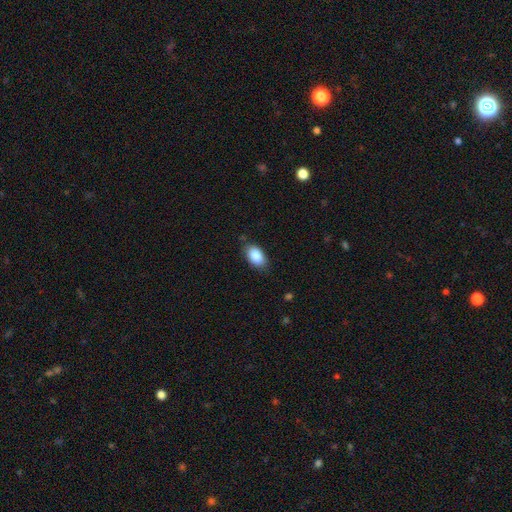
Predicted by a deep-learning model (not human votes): Smooth or featured? Predicted: smooth (p=0.87). How rounded? Predicted: in between (p=0.92). Merging? Predicted: none (p=0.80).